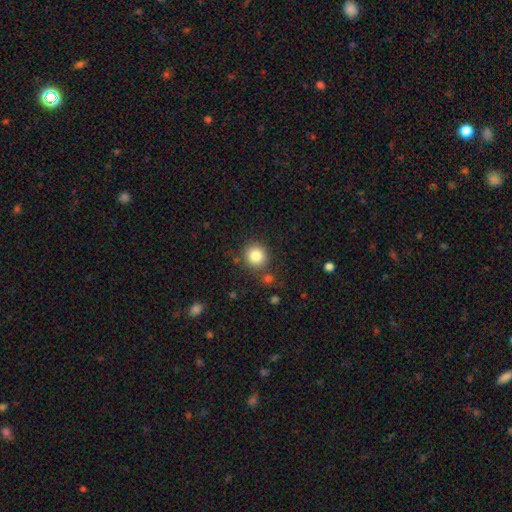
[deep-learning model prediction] Smooth or featured?
  - smooth: 83% *
  - star or artifact: 11%
  - featured or disk: 7%
How rounded?
  - round: 90% *
  - in between: 9%
  - cigar-shaped: 1%
Merging?
  - none: 83% *
  - minor disturbance: 9%
  - merger: 5%
  - major disturbance: 3%